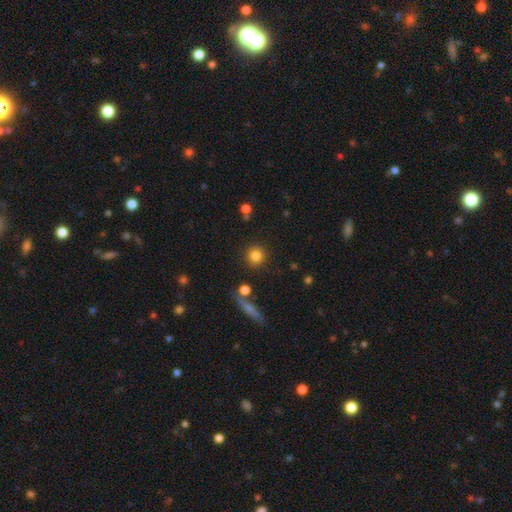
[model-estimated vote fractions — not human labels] Smooth or featured? Predicted: smooth (p=0.82). How rounded? Predicted: round (p=0.92). Merging? Predicted: none (p=0.85).